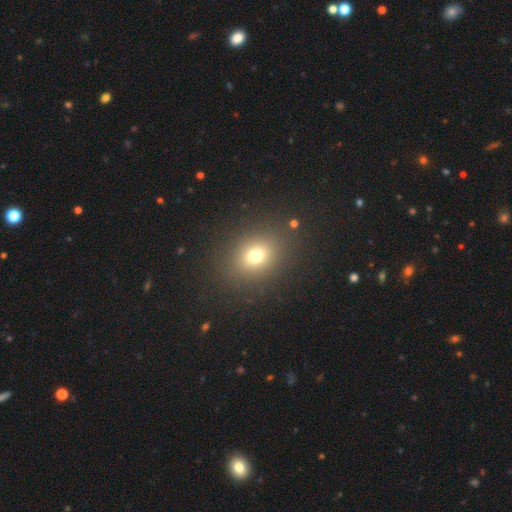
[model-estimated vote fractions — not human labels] Smooth or featured?
  - smooth: 72% *
  - star or artifact: 18%
  - featured or disk: 10%
How rounded?
  - round: 60% *
  - in between: 38%
  - cigar-shaped: 1%
Merging?
  - none: 86% *
  - minor disturbance: 8%
  - major disturbance: 5%
  - merger: 2%